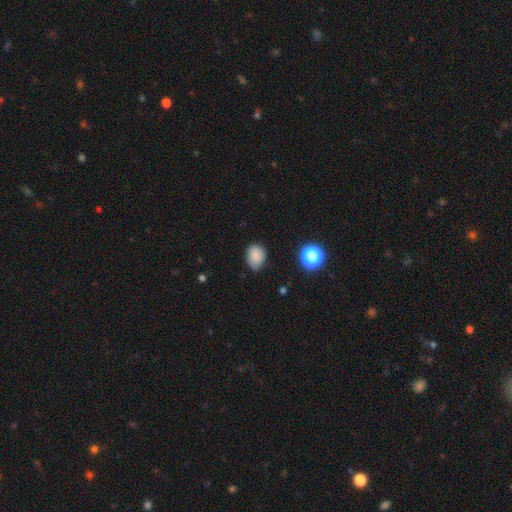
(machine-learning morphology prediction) Smooth or featured?
  - smooth: 85% *
  - star or artifact: 11%
  - featured or disk: 5%
How rounded?
  - in between: 68% *
  - round: 31%
  - cigar-shaped: 1%
Merging?
  - none: 71% *
  - minor disturbance: 23%
  - major disturbance: 4%
  - merger: 2%